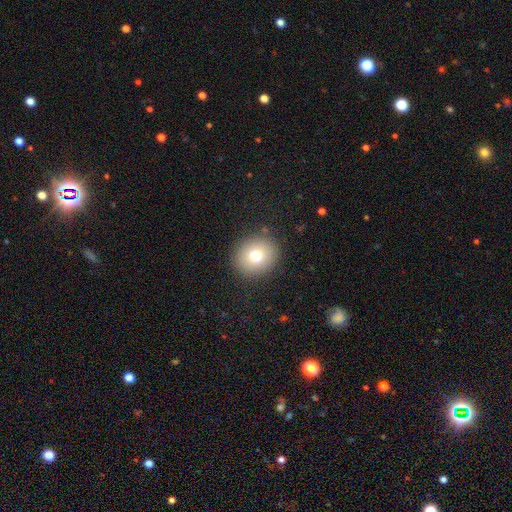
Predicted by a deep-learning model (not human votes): Morphology: type=smooth (74%); roundness=round (83%); merging=none (89%).